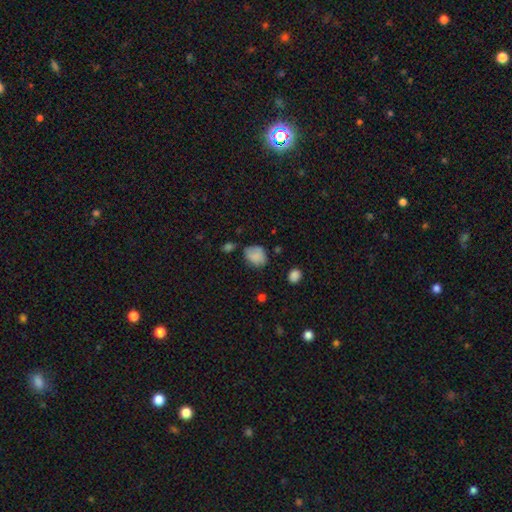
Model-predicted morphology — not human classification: Q: Smooth or featured?
A: smooth (82%); runner-up: star or artifact (10%)
Q: How rounded?
A: in between (52%); runner-up: round (47%)
Q: Merging?
A: none (54%); runner-up: minor disturbance (31%)